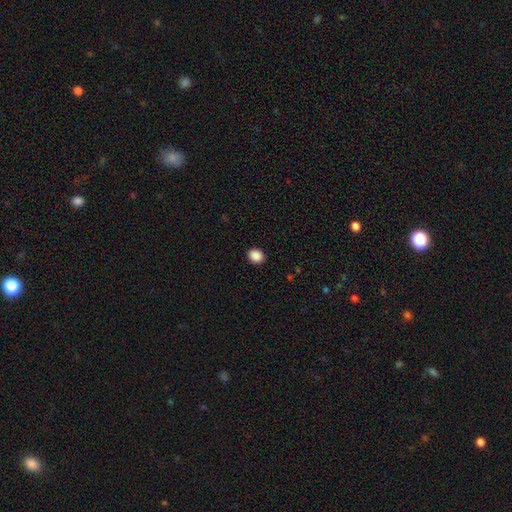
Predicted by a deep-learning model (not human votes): smooth-or-featured: smooth: 89% | star or artifact: 9% | featured or disk: 2%
  how-rounded: round: 64% | in between: 35% | cigar-shaped: 1%
  merging: none: 91% | minor disturbance: 6% | major disturbance: 2% | merger: 1%